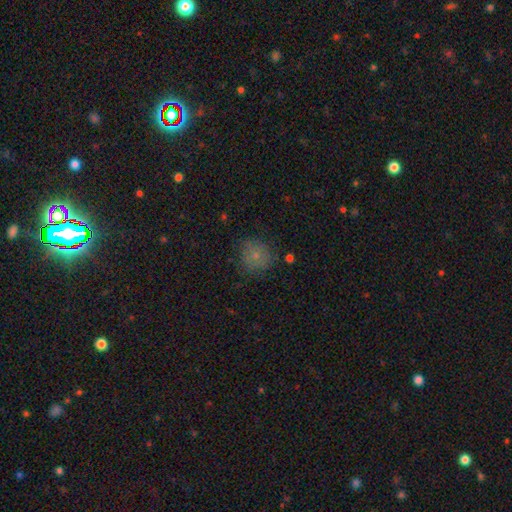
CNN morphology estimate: Smooth or featured? smooth (76%)
How rounded? round (86%)
Merging? none (73%)